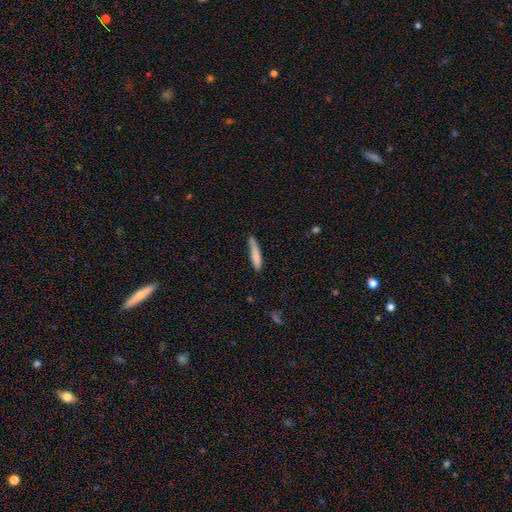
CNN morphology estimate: This is clearly a smooth galaxy (80%). How rounded: clearly cigar-shaped (89%). Merging: likely none (70%).